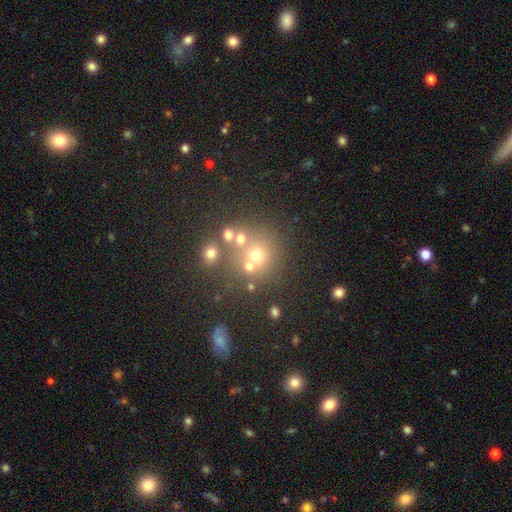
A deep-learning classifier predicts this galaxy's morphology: Smooth or featured?
  - smooth: 55% *
  - star or artifact: 27%
  - featured or disk: 17%
How rounded?
  - round: 86% *
  - in between: 13%
  - cigar-shaped: 1%
Merging?
  - none: 59% *
  - merger: 25%
  - minor disturbance: 10%
  - major disturbance: 6%